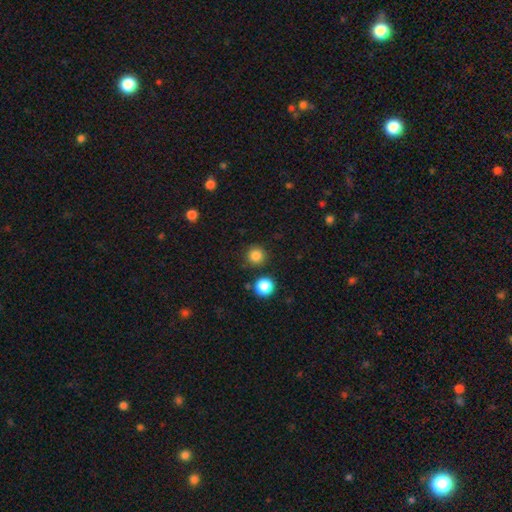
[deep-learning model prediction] Overall: smooth (84%). How rounded: round (95%). Merging: none (88%).